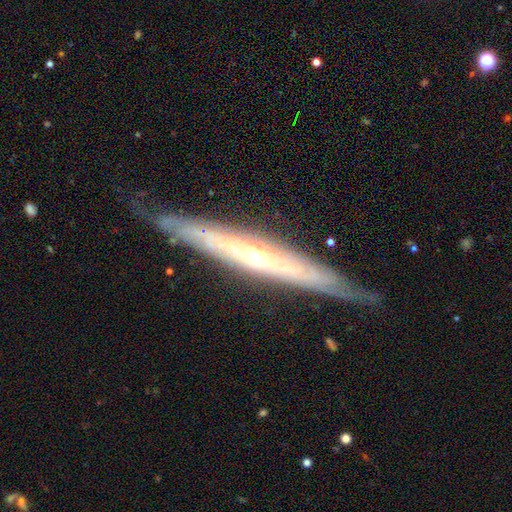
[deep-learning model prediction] Smooth or featured? featured or disk (81%)
Edge-on disk? yes (80%)
Edge-on bulge? rounded (70%)
Merging? none (78%)